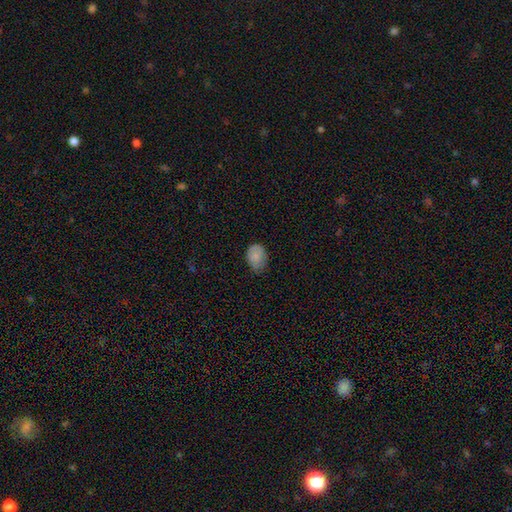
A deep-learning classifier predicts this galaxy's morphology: This is clearly a smooth galaxy (83%). How rounded: likely in between (69%). Merging: likely none (61%).